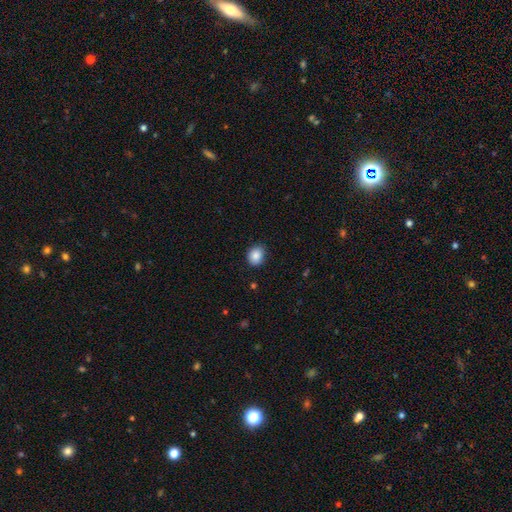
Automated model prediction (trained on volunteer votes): A smooth galaxy with no disk features (87%) that is round (58%). Merging: none (85%).